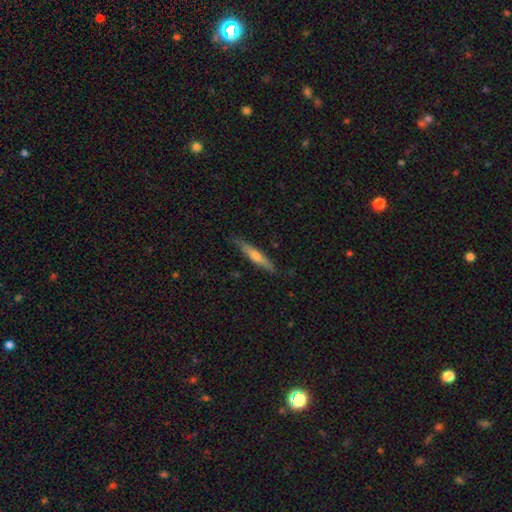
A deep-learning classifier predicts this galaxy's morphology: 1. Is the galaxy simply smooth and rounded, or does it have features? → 49% featured or disk, 45% smooth, 6% star or artifact.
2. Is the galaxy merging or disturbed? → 84% none, 12% minor disturbance, 2% major disturbance, 1% merger.